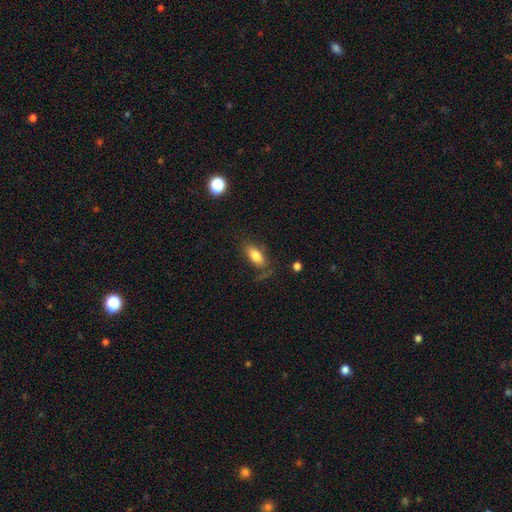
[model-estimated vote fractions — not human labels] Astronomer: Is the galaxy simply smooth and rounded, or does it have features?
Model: smooth — 78%.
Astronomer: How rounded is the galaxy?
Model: in between — 85%.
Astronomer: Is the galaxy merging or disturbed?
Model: none — 67%.